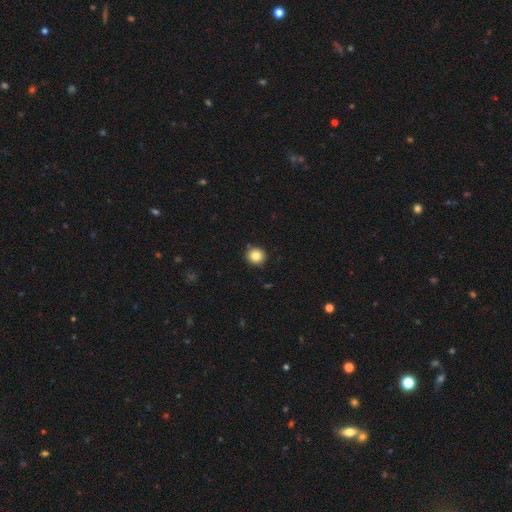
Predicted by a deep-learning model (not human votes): Smooth or featured? smooth (83%)
How rounded? round (92%)
Merging? none (90%)